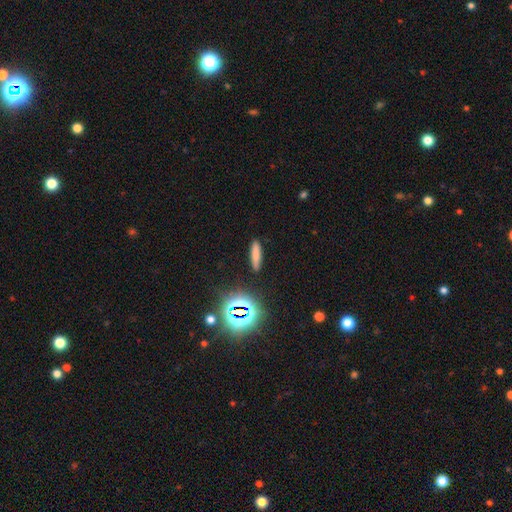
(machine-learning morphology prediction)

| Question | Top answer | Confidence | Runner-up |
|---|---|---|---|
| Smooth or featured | smooth | 73% | star or artifact (17%) |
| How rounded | cigar-shaped | 79% | in between (18%) |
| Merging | none | 89% | minor disturbance (7%) |